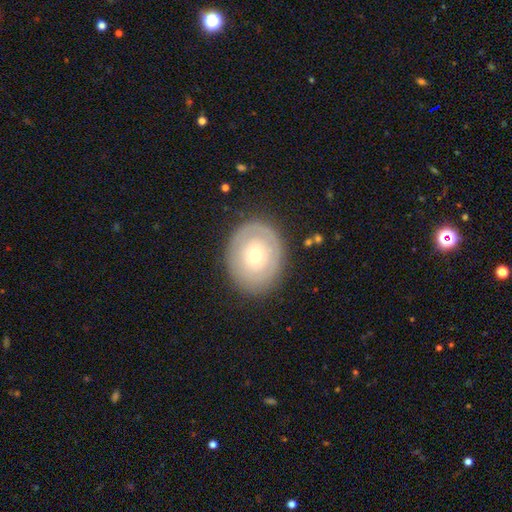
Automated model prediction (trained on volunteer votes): Morphology: type=smooth (48%); merging=none (83%).